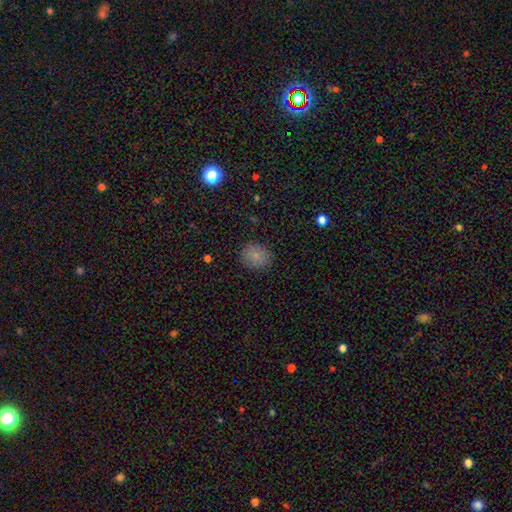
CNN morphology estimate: The model was most divided on "how rounded": round: 66%, in between: 33%, cigar-shaped: 1%. More confident: merging — none (86%); smooth or featured — smooth (81%).